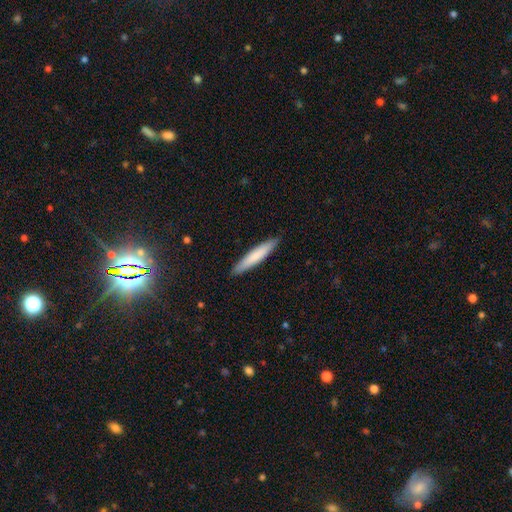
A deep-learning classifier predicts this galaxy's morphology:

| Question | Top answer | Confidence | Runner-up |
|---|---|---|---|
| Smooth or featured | smooth | 75% | featured or disk (20%) |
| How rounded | cigar-shaped | 92% | in between (7%) |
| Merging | none | 90% | minor disturbance (7%) |